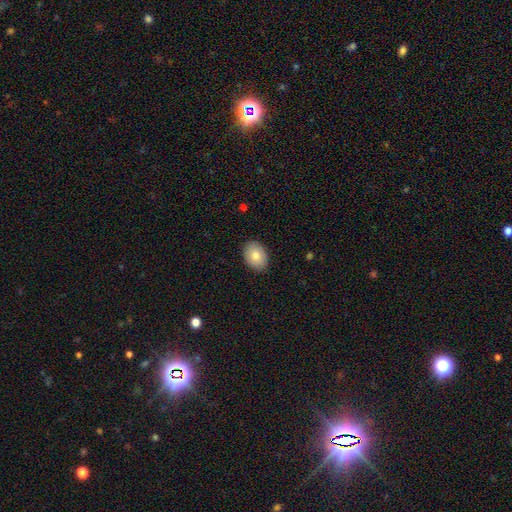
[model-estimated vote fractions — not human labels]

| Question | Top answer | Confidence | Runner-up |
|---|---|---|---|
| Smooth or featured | smooth | 82% | featured or disk (11%) |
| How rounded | in between | 76% | round (23%) |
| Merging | none | 89% | minor disturbance (8%) |